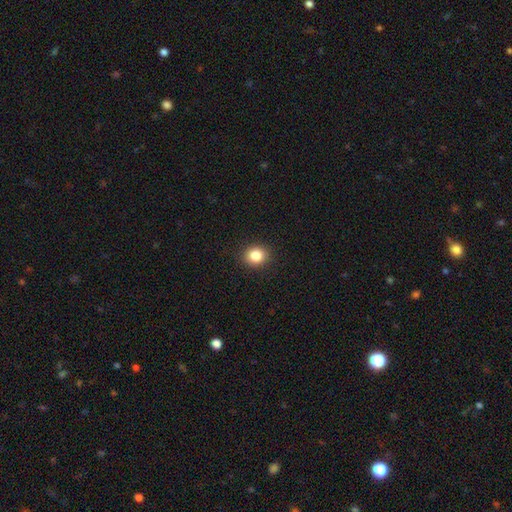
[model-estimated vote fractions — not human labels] smooth-or-featured: smooth: 84% | star or artifact: 11% | featured or disk: 5%
  how-rounded: round: 76% | in between: 23% | cigar-shaped: 1%
  merging: none: 91% | minor disturbance: 6% | major disturbance: 2% | merger: 1%